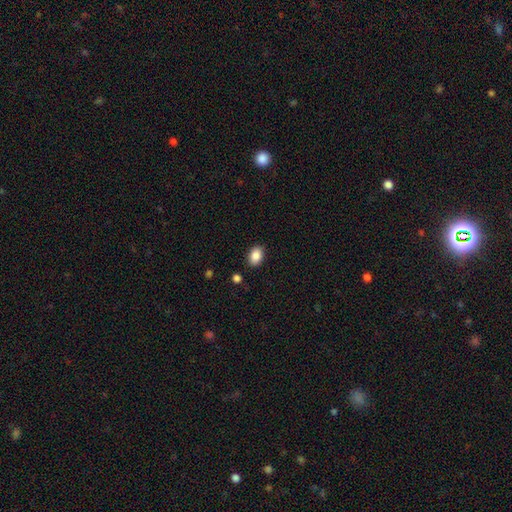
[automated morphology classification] Q: Smooth or featured?
A: smooth (88%); runner-up: star or artifact (8%)
Q: How rounded?
A: in between (81%); runner-up: round (17%)
Q: Merging?
A: none (87%); runner-up: minor disturbance (9%)